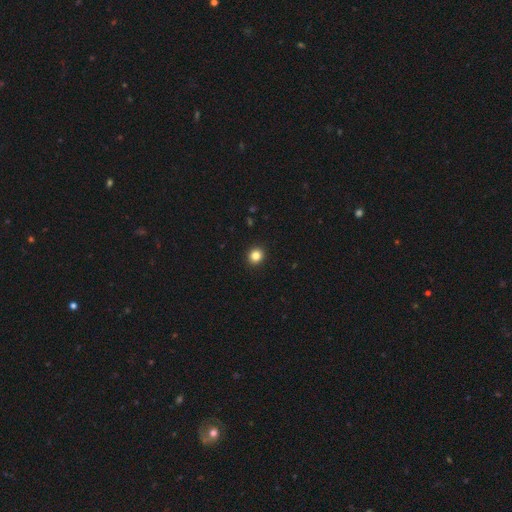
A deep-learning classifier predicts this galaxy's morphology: type=smooth (84%); roundness=round (87%); merging=none (93%).